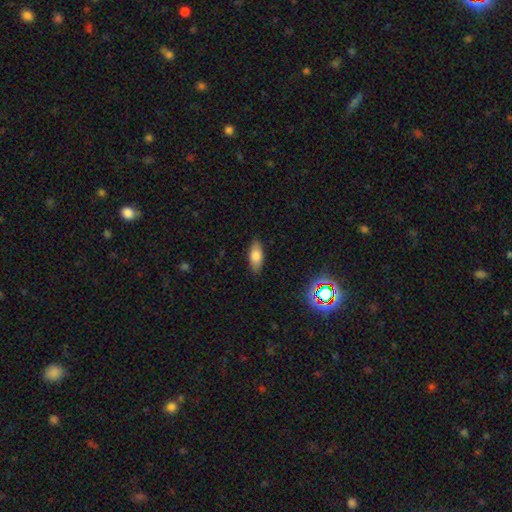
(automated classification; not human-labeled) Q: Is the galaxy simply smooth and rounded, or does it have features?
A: smooth — 78%.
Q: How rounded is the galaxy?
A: in between — 83%.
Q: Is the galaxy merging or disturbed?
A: none — 87%.